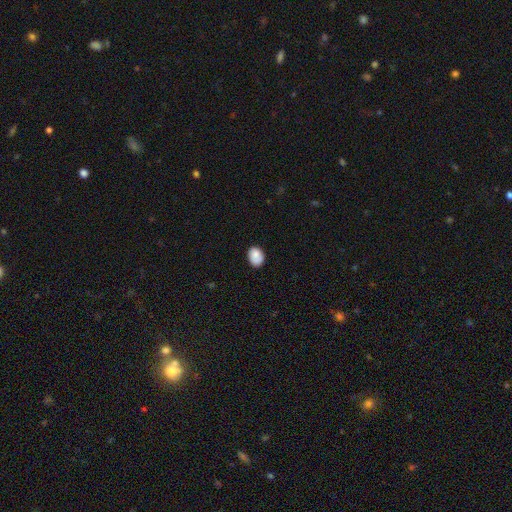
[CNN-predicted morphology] Smooth or featured? smooth (85%)
How rounded? in between (68%)
Merging? none (80%)